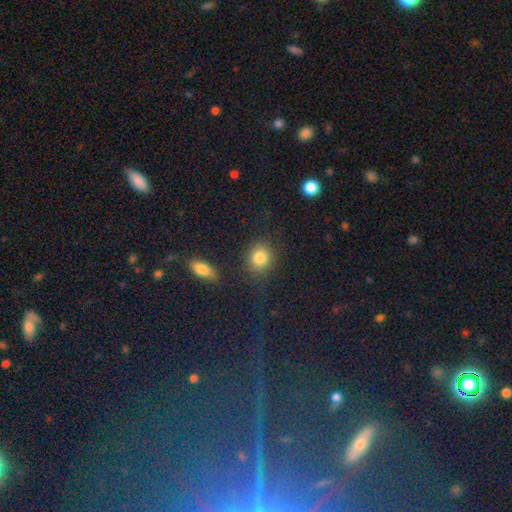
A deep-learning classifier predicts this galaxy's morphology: The model was most divided on "how rounded": round: 77%, in between: 21%, cigar-shaped: 2%. More confident: merging — none (86%); smooth or featured — smooth (79%).